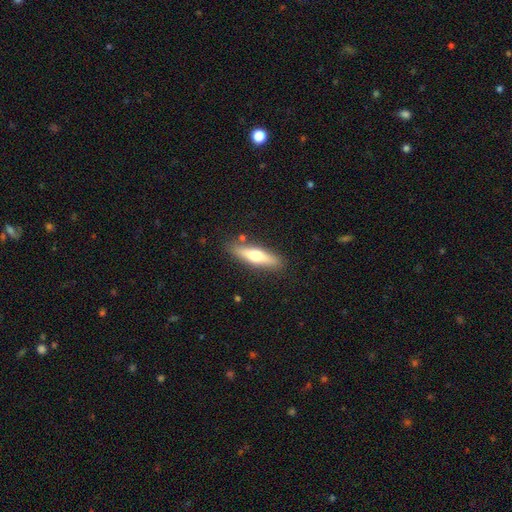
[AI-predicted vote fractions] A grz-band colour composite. It shows a smooth galaxy with no disk features (51%) that is cigar-shaped (71%). Merging: none (86%).